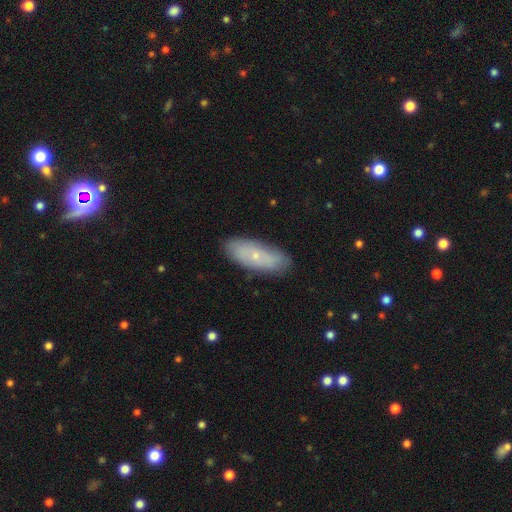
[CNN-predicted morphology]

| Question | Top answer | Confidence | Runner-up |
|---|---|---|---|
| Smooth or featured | smooth | 54% | featured or disk (39%) |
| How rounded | in between | 75% | cigar-shaped (22%) |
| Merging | none | 81% | minor disturbance (14%) |